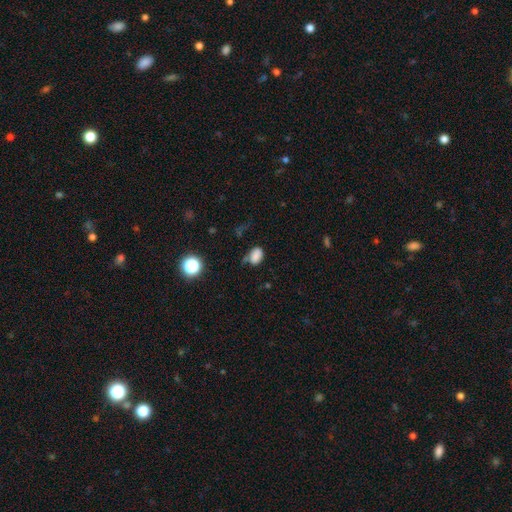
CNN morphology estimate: Smooth or featured: smooth — 79% (star or artifact — 13%)
How rounded: in between — 78% (round — 21%)
Merging: none — 51% (minor disturbance — 29%)